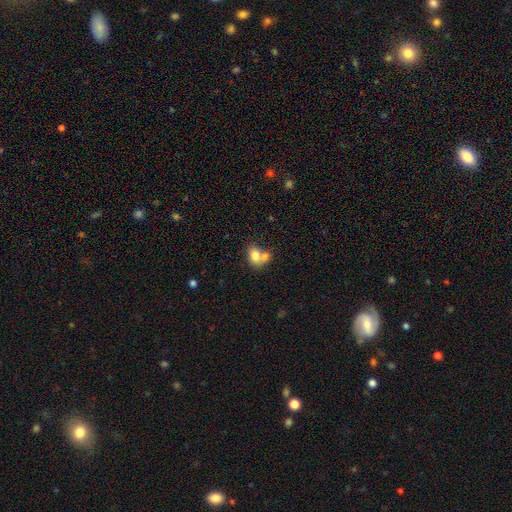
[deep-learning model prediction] Smooth or featured? Predicted: smooth (p=0.76). How rounded? Predicted: in between (p=0.68). Merging? Predicted: merger (p=0.57).